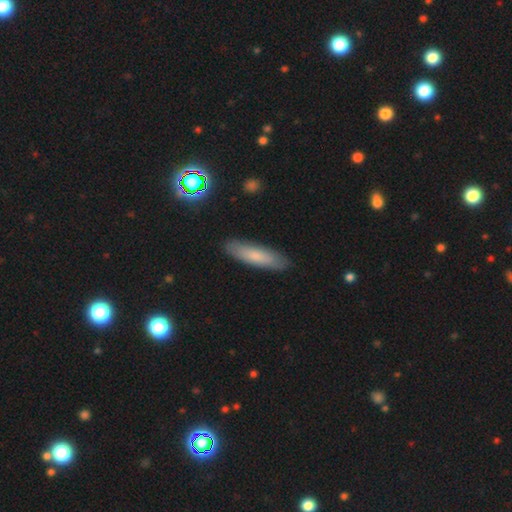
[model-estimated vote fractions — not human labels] This appears to be a smooth galaxy with no disk features (74%) that is cigar-shaped (70%). Merging: none (88%).